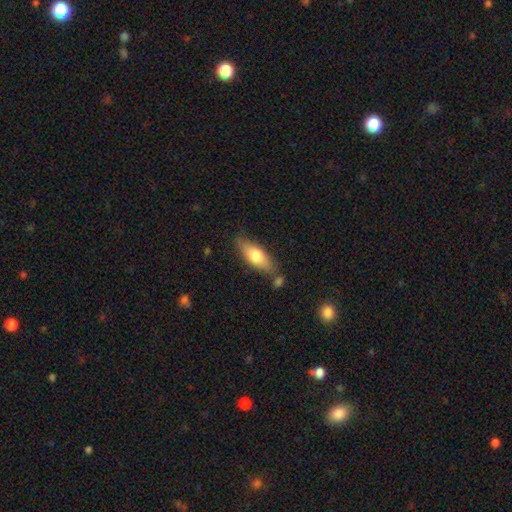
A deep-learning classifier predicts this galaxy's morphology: Smooth or featured: smooth — 69% (featured or disk — 25%)
How rounded: in between — 65% (cigar-shaped — 32%)
Merging: none — 72% (minor disturbance — 17%)